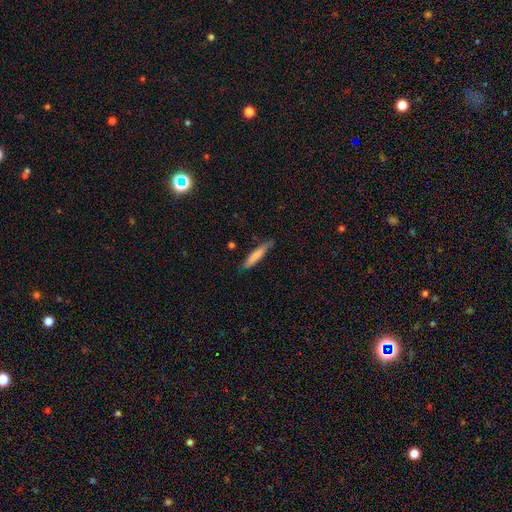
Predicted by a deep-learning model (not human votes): The model was most divided on "merging": none: 70%, minor disturbance: 24%, major disturbance: 4%, merger: 2%. More confident: how rounded — cigar-shaped (87%); smooth or featured — smooth (78%).